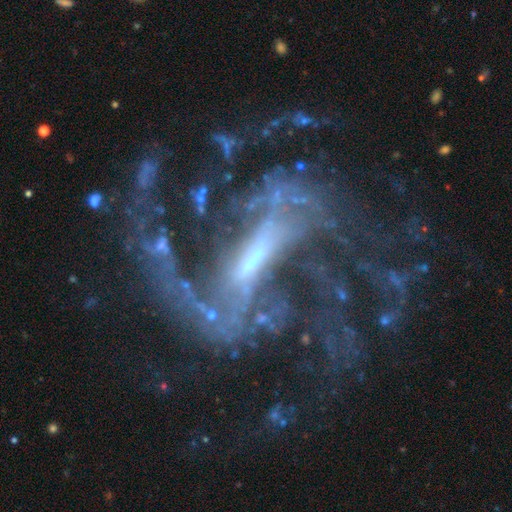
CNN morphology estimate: Smooth or featured?
  - featured or disk: 87% *
  - star or artifact: 9%
  - smooth: 4%
Edge-on disk?
  - no: 95% *
  - yes: 5%
Bar?
  - strong: 52% *
  - weak: 33%
  - no: 15%
Spiral arms?
  - yes: 92% *
  - no: 8%
Spiral winding?
  - loose: 52% *
  - medium: 35%
  - tight: 14%
Spiral arm count?
  - 2: 52% *
  - can't tell: 16%
  - 3: 11%
  - 1: 7%
  - 4: 7%
  - more than 4: 6%
Bulge size?
  - small: 59% *
  - moderate: 26%
  - none: 9%
  - large: 3%
  - dominant: 2%
Merging?
  - none: 42% *
  - major disturbance: 35%
  - minor disturbance: 16%
  - merger: 7%